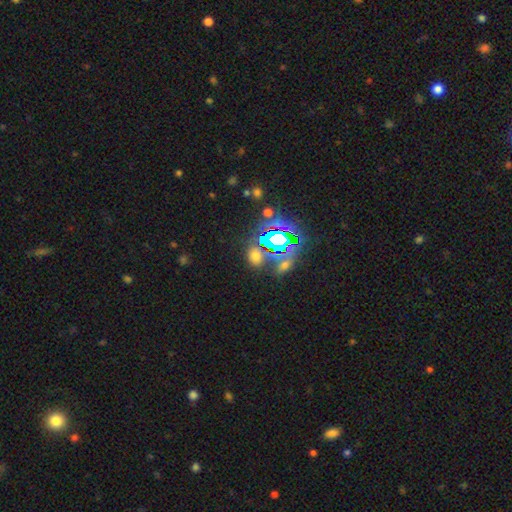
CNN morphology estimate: This is possibly a star or artifact rather than a galaxy (47%).